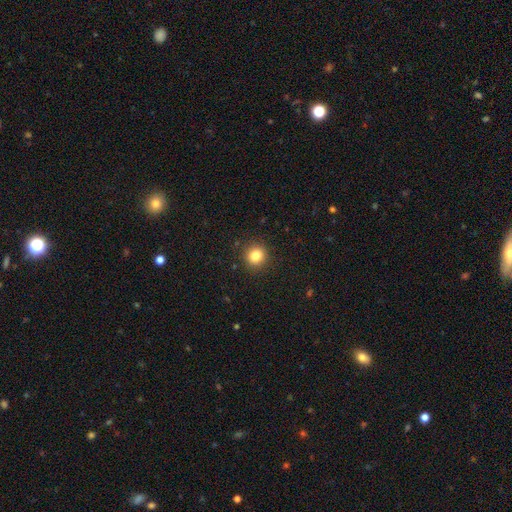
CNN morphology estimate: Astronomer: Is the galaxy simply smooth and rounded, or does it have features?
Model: smooth — 83%.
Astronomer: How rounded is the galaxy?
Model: round — 91%.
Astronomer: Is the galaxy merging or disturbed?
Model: none — 91%.